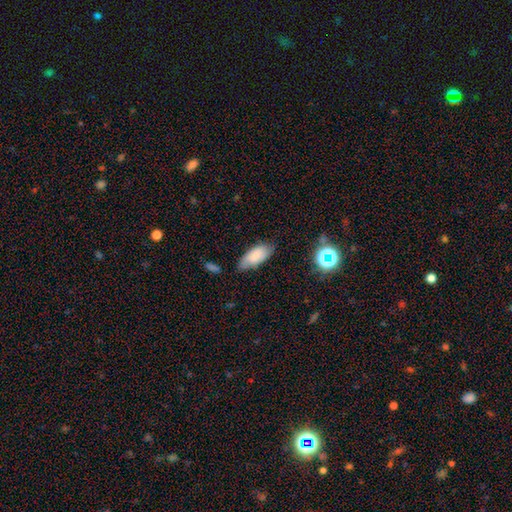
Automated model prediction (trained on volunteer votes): Q: Smooth or featured?
A: smooth (81%); runner-up: featured or disk (11%)
Q: How rounded?
A: in between (87%); runner-up: cigar-shaped (10%)
Q: Merging?
A: none (73%); runner-up: minor disturbance (21%)